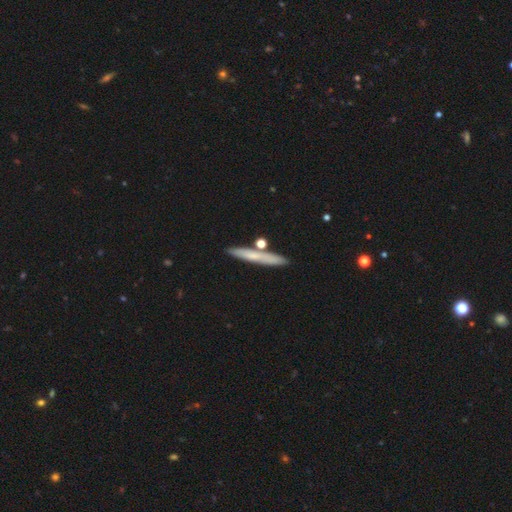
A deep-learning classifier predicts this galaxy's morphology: A smooth galaxy with no disk features (63%) that is cigar-shaped (93%).

Vote fractions:
- Smooth or featured? smooth: 63% / featured or disk: 29% / star or artifact: 7%
- How rounded? cigar-shaped: 93% / in between: 5% / round: 2%
- Merging? none: 82% / minor disturbance: 9% / merger: 7% / major disturbance: 2%